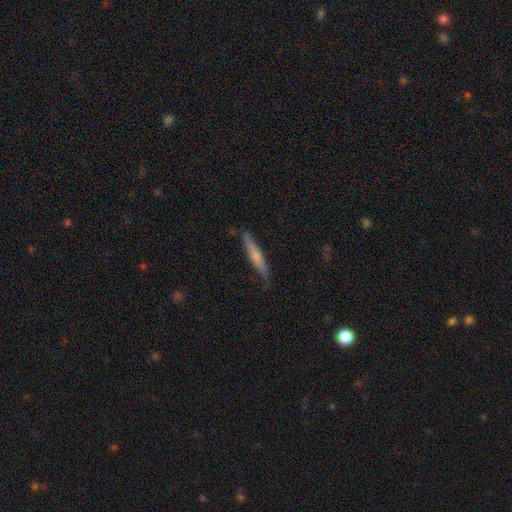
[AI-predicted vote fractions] A smooth galaxy with no disk features (63%) that is cigar-shaped (92%). Merging: none (78%).